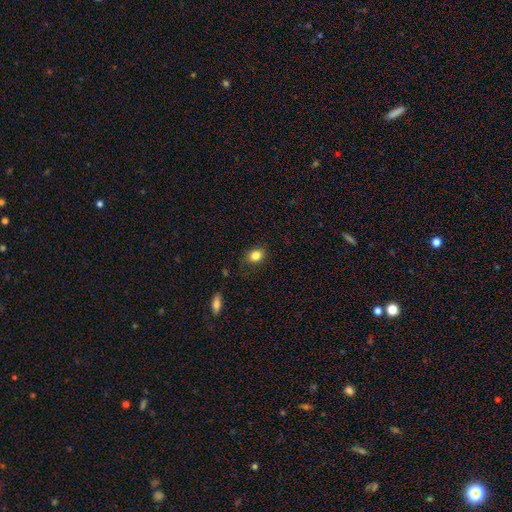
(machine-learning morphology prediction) This appears to be a smooth galaxy with no disk features (84%) that is in between round and cigar-shaped (49%, tied with round). Merging: none (83%).